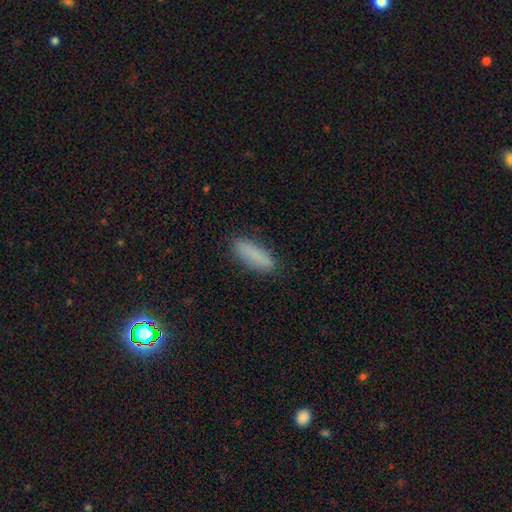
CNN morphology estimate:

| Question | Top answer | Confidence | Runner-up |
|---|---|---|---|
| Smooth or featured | smooth | 86% | star or artifact (7%) |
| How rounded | cigar-shaped | 53% | in between (45%) |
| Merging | none | 85% | minor disturbance (11%) |